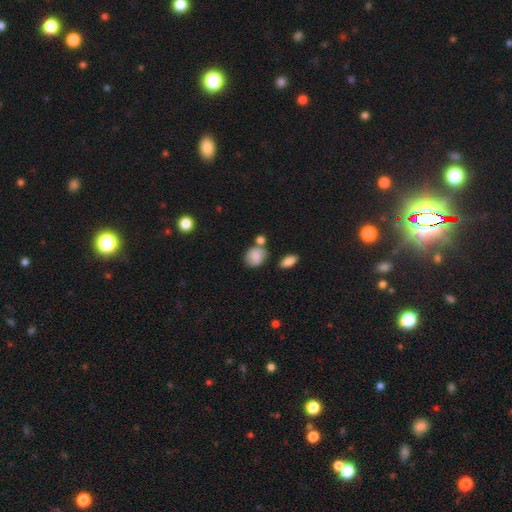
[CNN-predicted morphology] Smooth or featured: smooth — 79% (featured or disk — 12%)
How rounded: round — 62% (in between — 36%)
Merging: none — 56% (minor disturbance — 21%)